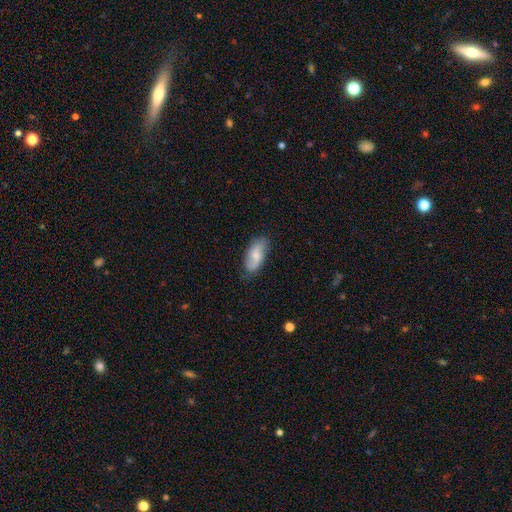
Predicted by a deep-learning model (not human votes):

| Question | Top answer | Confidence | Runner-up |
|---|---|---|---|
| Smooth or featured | smooth | 52% | featured or disk (41%) |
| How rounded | in between | 88% | cigar-shaped (9%) |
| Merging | none | 77% | minor disturbance (18%) |